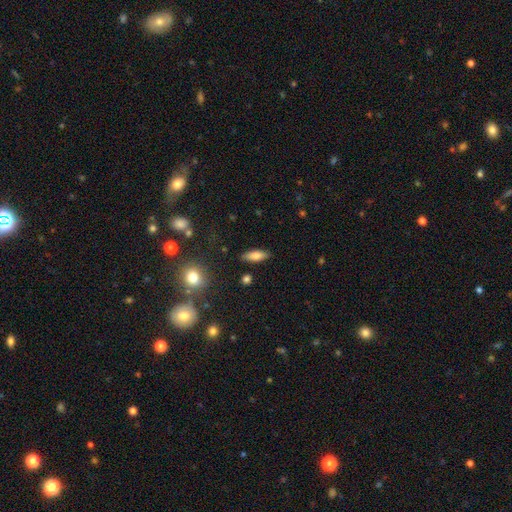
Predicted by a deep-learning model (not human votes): Smooth or featured?
  - smooth: 74% *
  - featured or disk: 18%
  - star or artifact: 8%
How rounded?
  - in between: 60% *
  - cigar-shaped: 37%
  - round: 3%
Merging?
  - none: 85% *
  - minor disturbance: 10%
  - major disturbance: 3%
  - merger: 2%